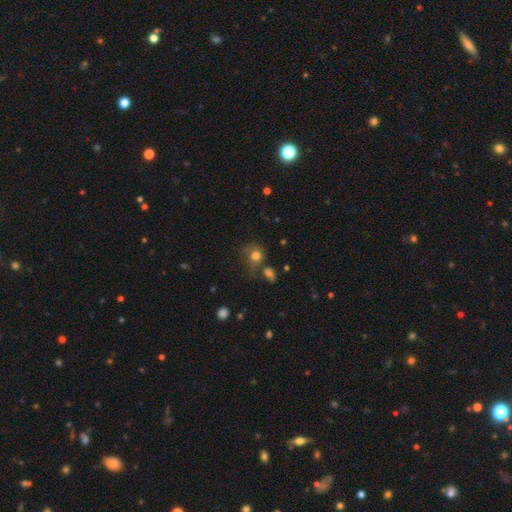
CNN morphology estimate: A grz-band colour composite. It shows a smooth galaxy with no disk features (72%) that is round (76%). Merging: none (47%).